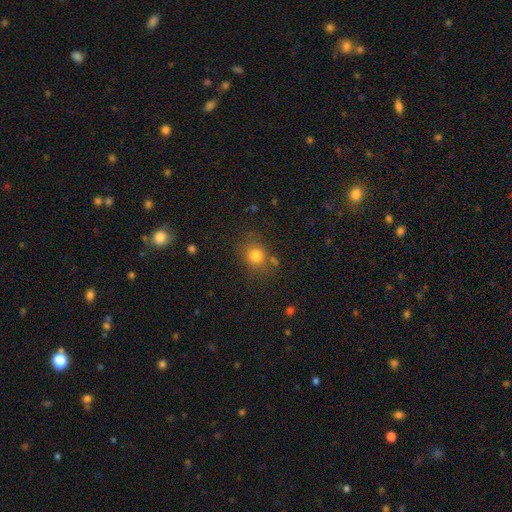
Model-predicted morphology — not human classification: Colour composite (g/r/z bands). It shows a smooth galaxy with no disk features (79%) that is round (69%). Merging: none (72%).